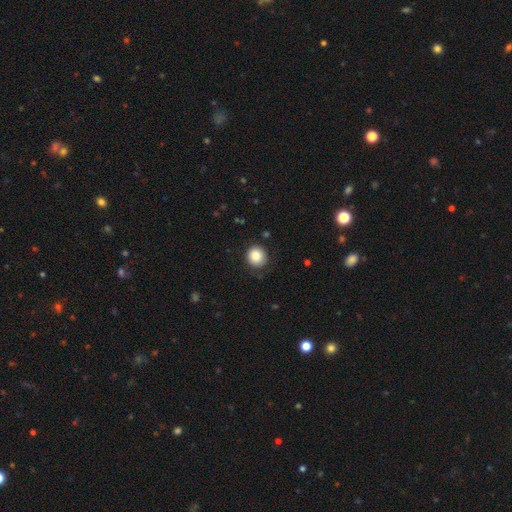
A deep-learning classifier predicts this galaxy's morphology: smooth_or_featured: smooth (p=0.86) [alt: star or artifact p=0.09]
how_rounded: round (p=0.88) [alt: in between p=0.11]
merging: none (p=0.84) [alt: minor disturbance p=0.11]